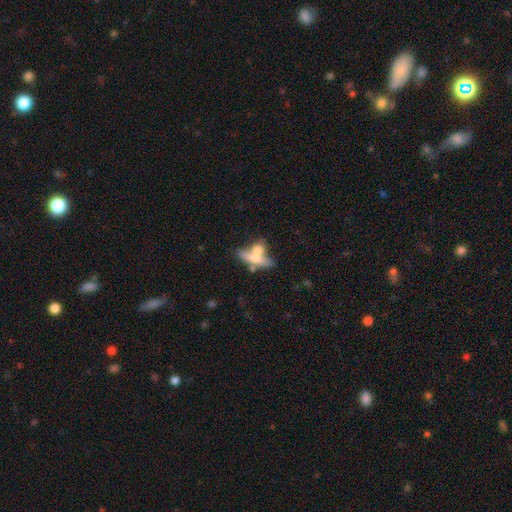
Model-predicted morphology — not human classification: A smooth galaxy with no disk features (57%) that is cigar-shaped (52%).

Vote fractions:
- Smooth or featured? smooth: 57% / featured or disk: 35% / star or artifact: 8%
- How rounded? cigar-shaped: 52% / in between: 41% / round: 8%
- Merging? merger: 45% / none: 36% / minor disturbance: 12% / major disturbance: 7%